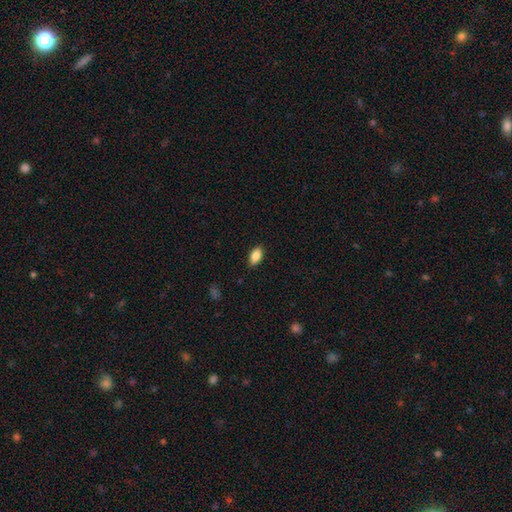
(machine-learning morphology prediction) smooth_or_featured: smooth (p=0.86) [alt: star or artifact p=0.07]
how_rounded: in between (p=0.92) [alt: cigar-shaped p=0.05]
merging: none (p=0.86) [alt: minor disturbance p=0.10]